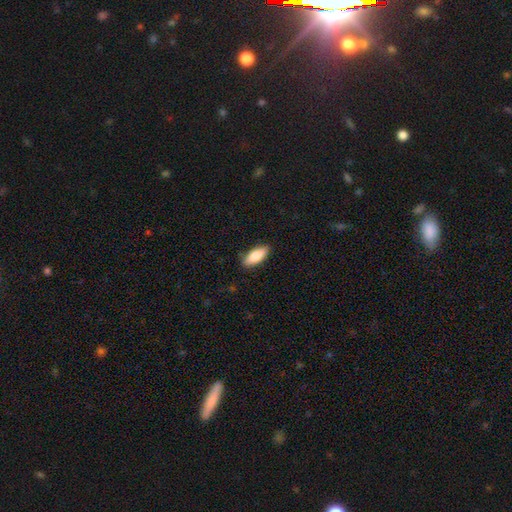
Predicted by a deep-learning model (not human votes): Smooth or featured? smooth (82%)
How rounded? in between (79%)
Merging? none (86%)